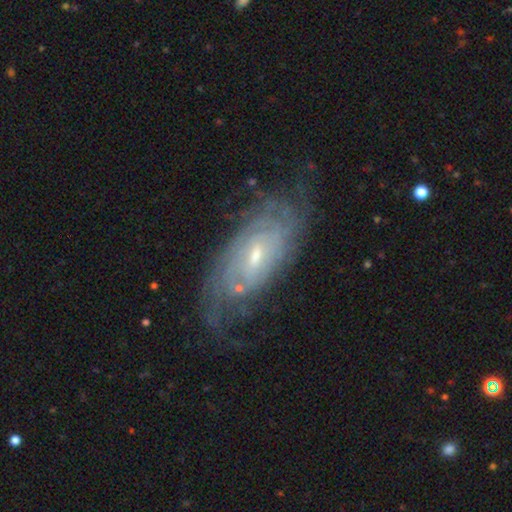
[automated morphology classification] This appears to be a featured or disk galaxy (83%) with a weak bar (46%), tight (70%) spiral arms (93%) and a small central bulge (58%). Merging: none (70%).